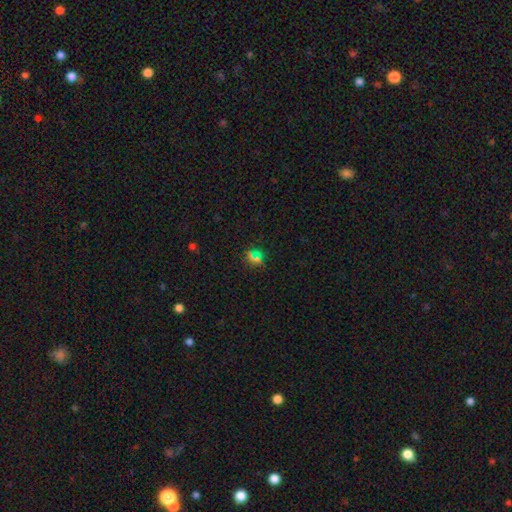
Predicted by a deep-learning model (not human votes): Smooth or featured? Predicted: smooth (p=0.49). Merging? Predicted: none (p=0.80).